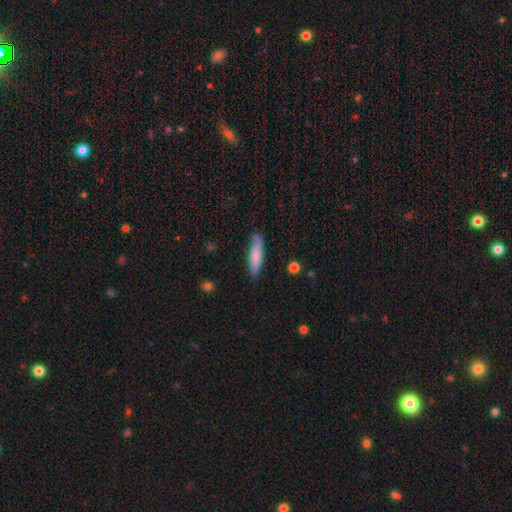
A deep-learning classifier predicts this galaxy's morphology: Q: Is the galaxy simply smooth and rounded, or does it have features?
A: smooth — 75%.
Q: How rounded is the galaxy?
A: cigar-shaped — 73%.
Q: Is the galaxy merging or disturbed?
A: none — 77%.